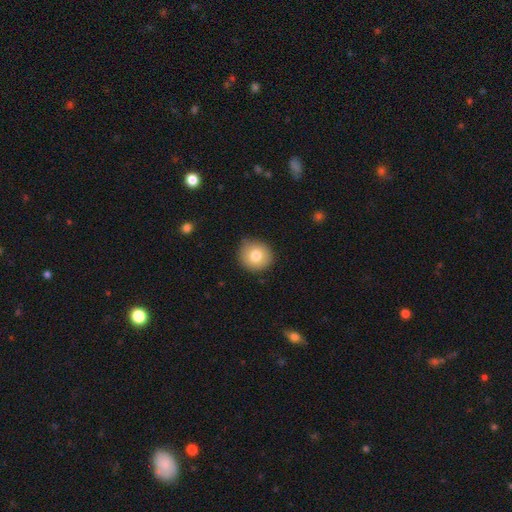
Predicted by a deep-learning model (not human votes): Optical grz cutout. It shows a smooth galaxy with no disk features (78%) that is round (90%). Merging: none (83%).